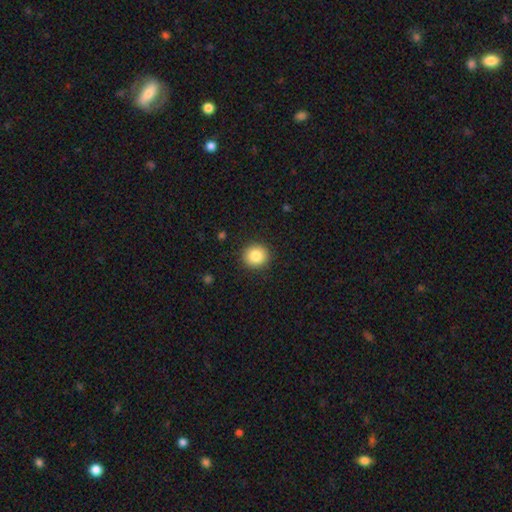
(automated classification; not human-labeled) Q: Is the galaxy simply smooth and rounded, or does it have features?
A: smooth — 85%.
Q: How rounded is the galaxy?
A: round — 88%.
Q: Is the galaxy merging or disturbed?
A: none — 91%.